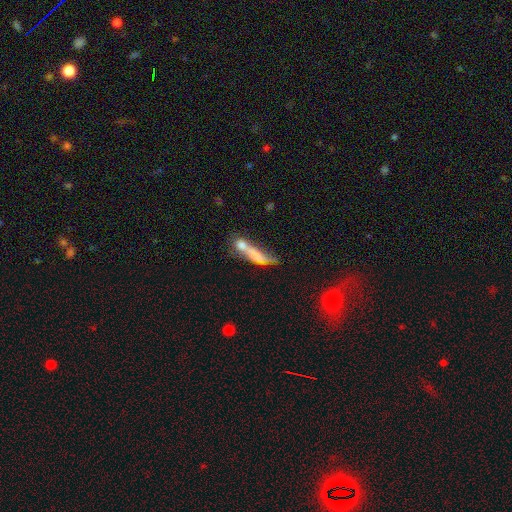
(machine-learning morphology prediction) Smooth or featured? Predicted: smooth (p=0.53). How rounded? Predicted: cigar-shaped (p=0.61). Merging? Predicted: merger (p=0.51).